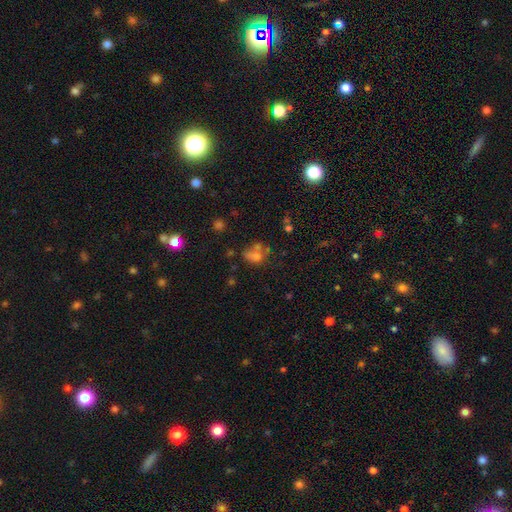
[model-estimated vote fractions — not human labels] This is likely a smooth galaxy (64%). How rounded: possibly in between (56%). Merging: marginally none (37%).